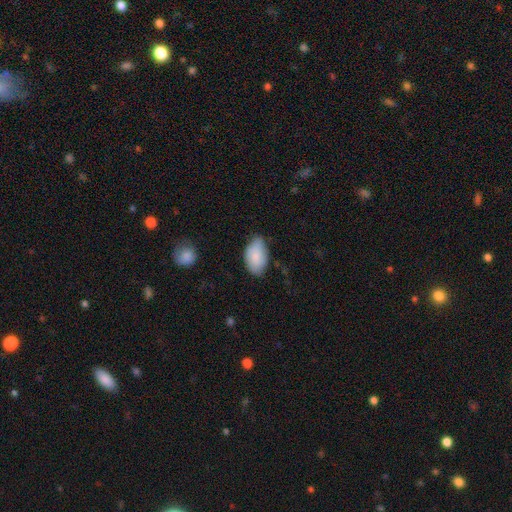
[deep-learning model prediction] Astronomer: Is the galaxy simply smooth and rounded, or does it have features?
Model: smooth — 84%.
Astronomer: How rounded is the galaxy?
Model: in between — 94%.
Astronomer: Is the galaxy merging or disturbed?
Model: none — 67%.